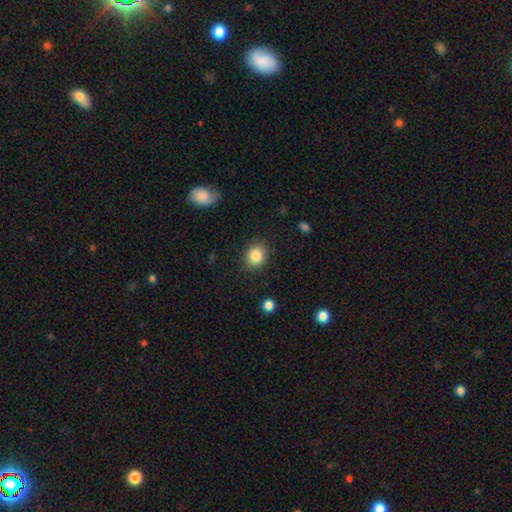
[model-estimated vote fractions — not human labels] A smooth galaxy with no disk features (84%) that is round (72%). Merging: none (87%).